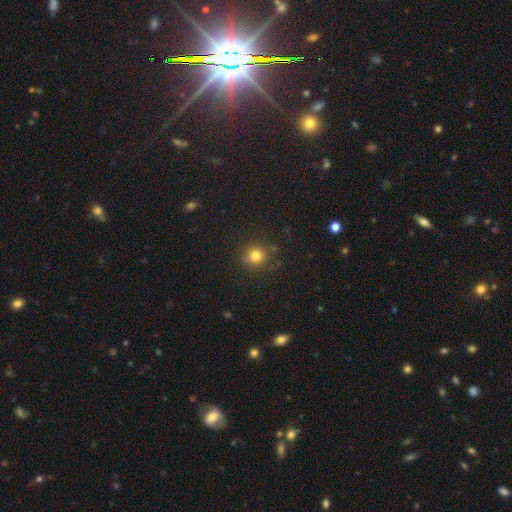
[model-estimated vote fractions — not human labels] Smooth or featured?
  - smooth: 79% *
  - star or artifact: 14%
  - featured or disk: 6%
How rounded?
  - round: 92% *
  - in between: 7%
  - cigar-shaped: 1%
Merging?
  - none: 85% *
  - minor disturbance: 10%
  - major disturbance: 3%
  - merger: 2%